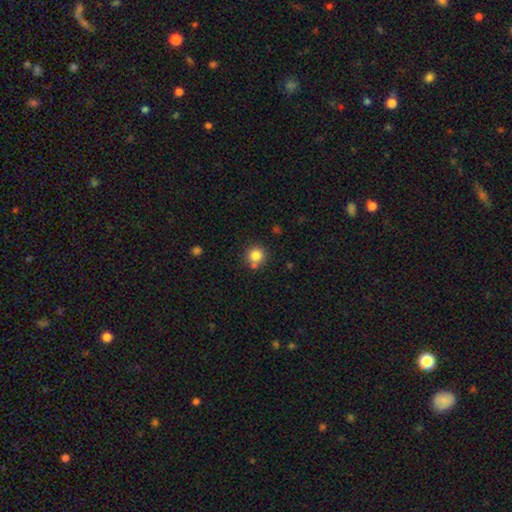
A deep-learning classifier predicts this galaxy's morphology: smooth 83%, star or artifact 11%, featured or disk 6%. Down the decision tree: how rounded — round (93%); merging — none (73%).